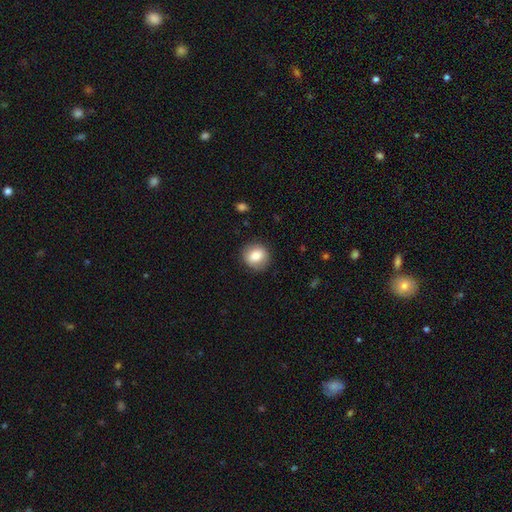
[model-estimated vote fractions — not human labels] Smooth or featured?
  - smooth: 81% *
  - featured or disk: 10%
  - star or artifact: 8%
How rounded?
  - round: 85% *
  - in between: 14%
  - cigar-shaped: 1%
Merging?
  - none: 88% *
  - minor disturbance: 9%
  - major disturbance: 3%
  - merger: 1%